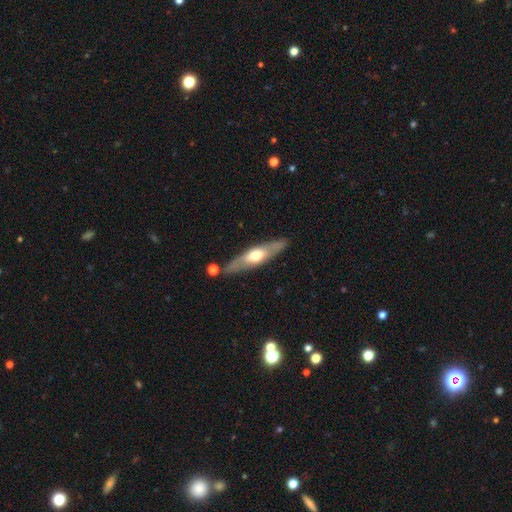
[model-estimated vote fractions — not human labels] Smooth or featured? featured or disk (55%)
Edge-on disk? yes (78%)
Merging? none (81%)